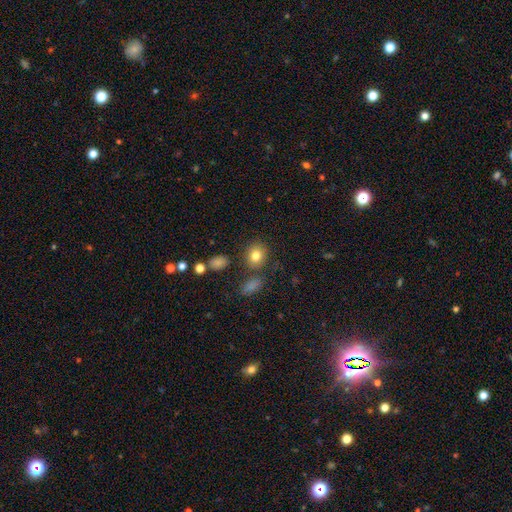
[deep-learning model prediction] Q: Smooth or featured?
A: smooth (81%); runner-up: star or artifact (11%)
Q: How rounded?
A: round (66%); runner-up: in between (32%)
Q: Merging?
A: none (79%); runner-up: minor disturbance (11%)